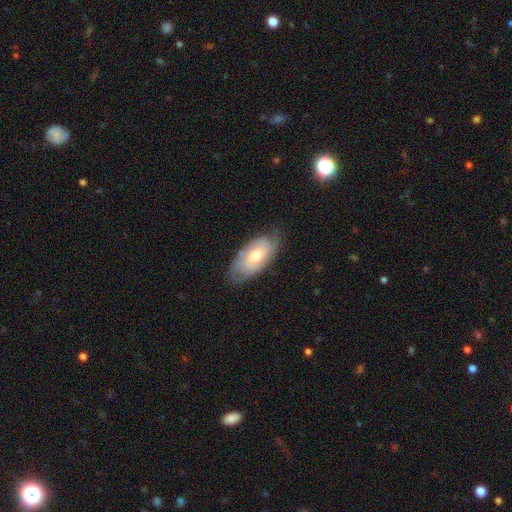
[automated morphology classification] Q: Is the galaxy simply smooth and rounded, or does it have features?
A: smooth — 51%.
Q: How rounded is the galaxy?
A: in between — 91%.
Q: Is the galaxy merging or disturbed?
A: none — 67%.